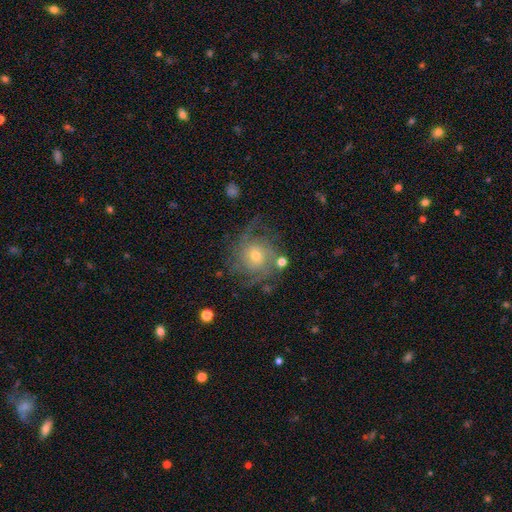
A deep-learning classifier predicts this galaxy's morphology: smooth-or-featured: featured or disk: 79% | smooth: 12% | star or artifact: 9%
  disk-edge-on: no: 97% | yes: 3%
    bar: no: 75% | weak: 21% | strong: 4%
    has-spiral-arms: yes: 94% | no: 6%
      spiral-winding: tight: 50% | medium: 37% | loose: 14%
      spiral-arm-count: can't tell: 31% | 3: 22% | 2: 17% | 4: 16% | more than 4: 8% | 1: 7%
    bulge-size: small: 49% | moderate: 46% | large: 3% | none: 1% | dominant: 1%
  merging: none: 69% | minor disturbance: 16% | major disturbance: 12% | merger: 3%